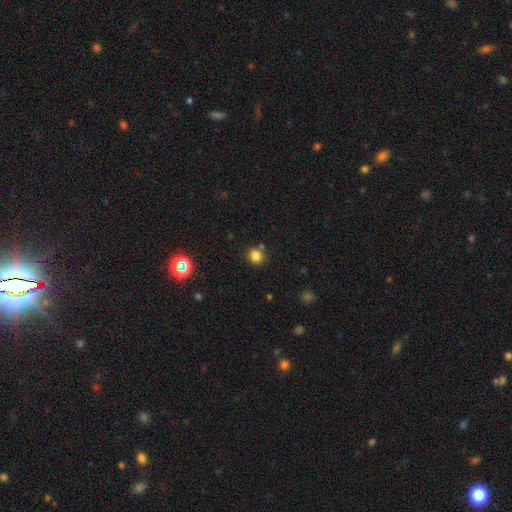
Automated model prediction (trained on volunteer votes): Morphology: type=smooth (80%); roundness=round (74%); merging=none (78%).